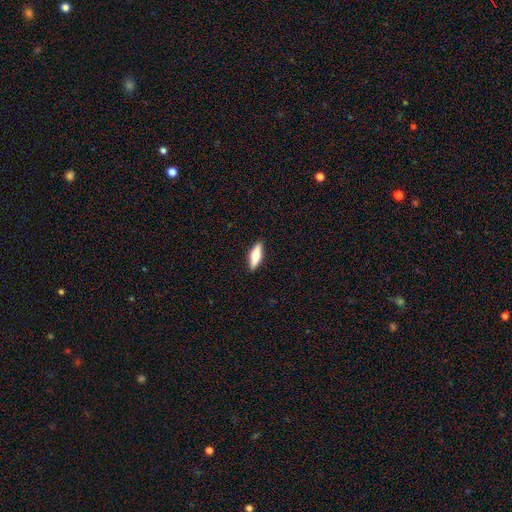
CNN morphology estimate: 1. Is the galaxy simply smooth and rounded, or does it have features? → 64% smooth, 30% featured or disk, 6% star or artifact.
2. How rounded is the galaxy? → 50% cigar-shaped, 48% in between, 2% round.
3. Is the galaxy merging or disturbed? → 89% none, 8% minor disturbance, 2% major disturbance, 1% merger.